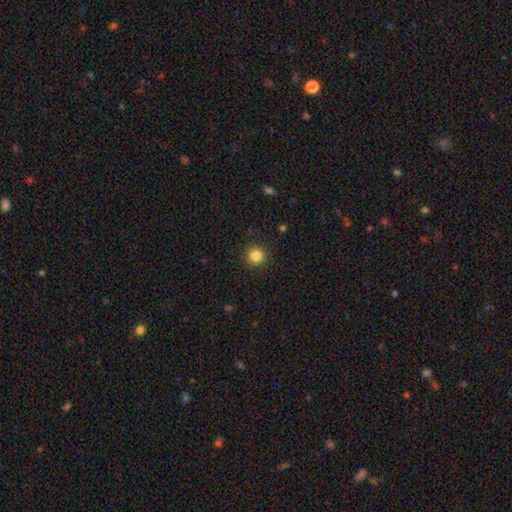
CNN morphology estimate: Smooth or featured?
  - smooth: 84% *
  - star or artifact: 11%
  - featured or disk: 5%
How rounded?
  - round: 95% *
  - in between: 4%
  - cigar-shaped: 1%
Merging?
  - none: 92% *
  - minor disturbance: 5%
  - major disturbance: 2%
  - merger: 1%